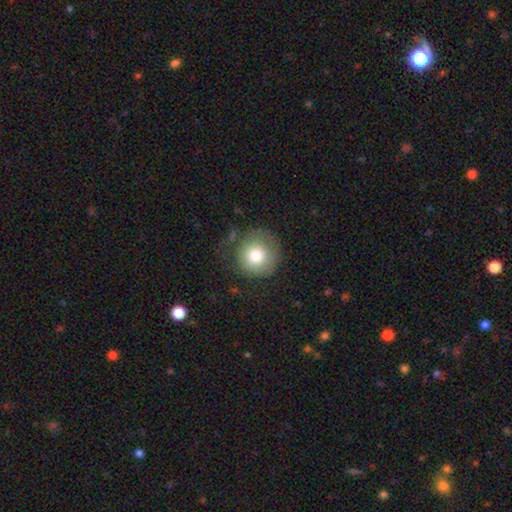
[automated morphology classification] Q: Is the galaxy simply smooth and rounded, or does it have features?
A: smooth — 76%.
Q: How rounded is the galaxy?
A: round — 93%.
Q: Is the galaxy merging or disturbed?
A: none — 62%.